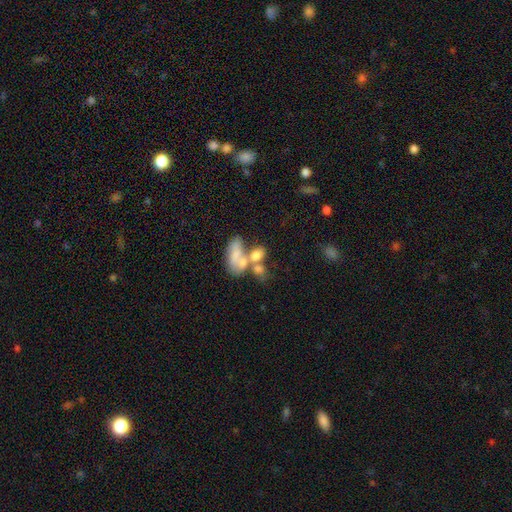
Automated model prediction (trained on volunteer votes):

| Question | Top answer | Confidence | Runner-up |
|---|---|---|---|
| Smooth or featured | smooth | 60% | featured or disk (28%) |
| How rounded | in between | 81% | round (15%) |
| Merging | merger | 59% | none (19%) |